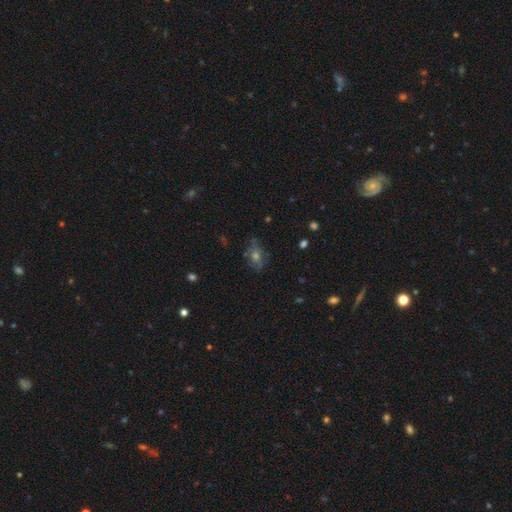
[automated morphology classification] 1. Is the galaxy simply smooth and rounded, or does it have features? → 41% smooth, 33% featured or disk, 25% star or artifact.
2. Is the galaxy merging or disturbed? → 70% none, 19% minor disturbance, 8% major disturbance, 2% merger.